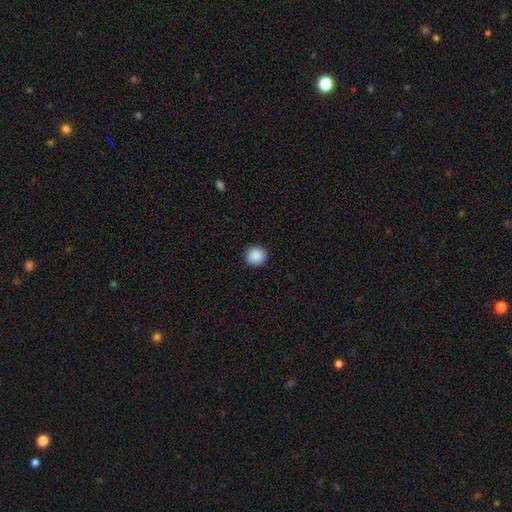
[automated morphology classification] smooth_or_featured: smooth (p=0.89) [alt: star or artifact p=0.08]
how_rounded: round (p=0.91) [alt: in between p=0.08]
merging: none (p=0.92) [alt: minor disturbance p=0.05]